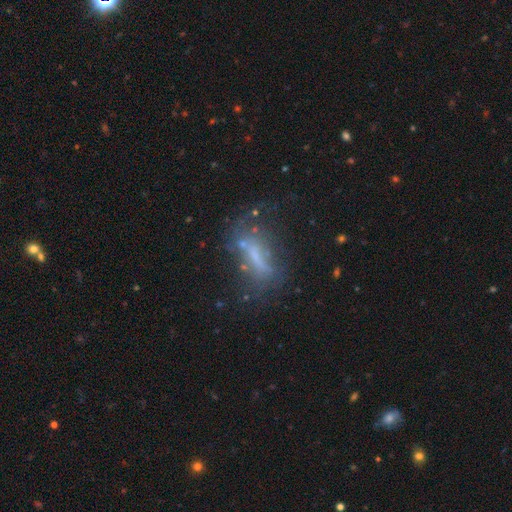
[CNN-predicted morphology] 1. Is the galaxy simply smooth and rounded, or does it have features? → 46% featured or disk, 37% smooth, 17% star or artifact.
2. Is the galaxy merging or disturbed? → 47% none, 23% major disturbance, 22% minor disturbance, 8% merger.